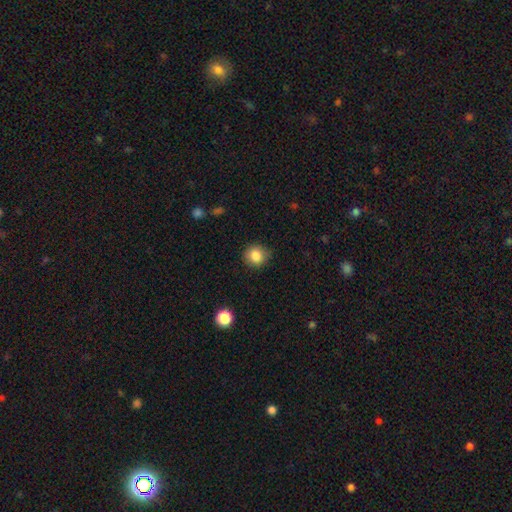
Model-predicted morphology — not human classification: Smooth or featured? smooth (85%)
How rounded? round (82%)
Merging? none (81%)